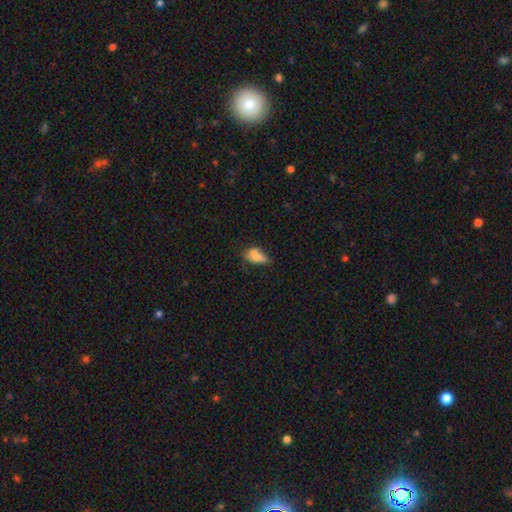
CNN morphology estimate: Smooth or featured?
  - smooth: 68% *
  - featured or disk: 20%
  - star or artifact: 12%
How rounded?
  - in between: 83% *
  - cigar-shaped: 9%
  - round: 8%
Merging?
  - none: 36% *
  - minor disturbance: 26%
  - merger: 23%
  - major disturbance: 15%